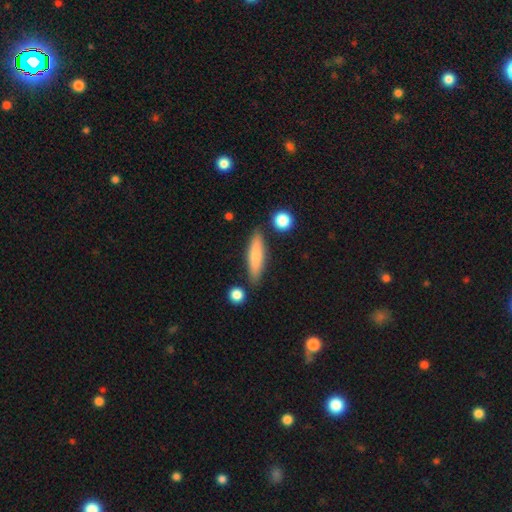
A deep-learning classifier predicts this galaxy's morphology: This appears to be a smooth galaxy with no disk features (72%) that is cigar-shaped (76%). Merging: none (83%).